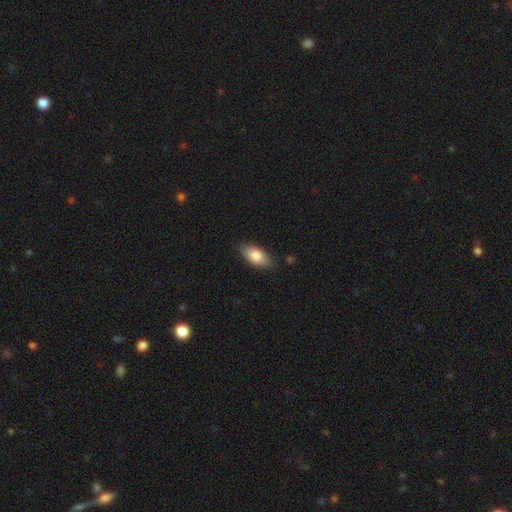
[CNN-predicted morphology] This appears to be a smooth galaxy with no disk features (82%) that is in between round and cigar-shaped (90%). Merging: none (84%).